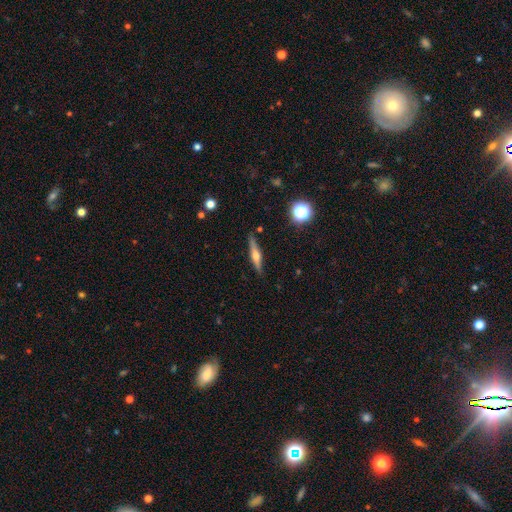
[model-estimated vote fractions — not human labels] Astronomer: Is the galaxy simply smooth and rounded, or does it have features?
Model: featured or disk — 65%.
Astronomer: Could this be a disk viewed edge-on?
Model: yes — 97%.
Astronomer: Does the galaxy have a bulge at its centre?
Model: rounded — 90%.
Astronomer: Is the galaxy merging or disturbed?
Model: none — 88%.